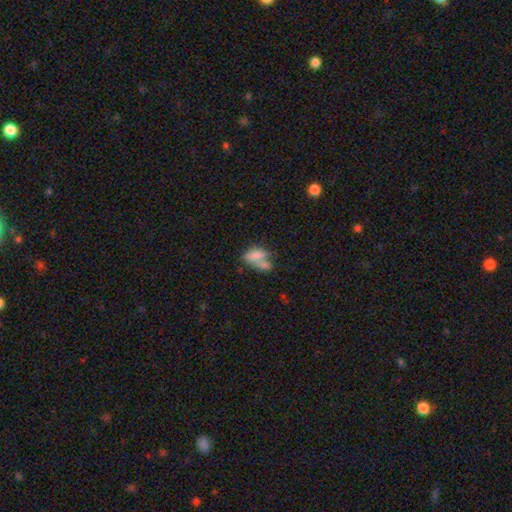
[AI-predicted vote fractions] Smooth or featured: smooth — 69% (featured or disk — 20%)
How rounded: in between — 83% (cigar-shaped — 9%)
Merging: merger — 52% (none — 24%)